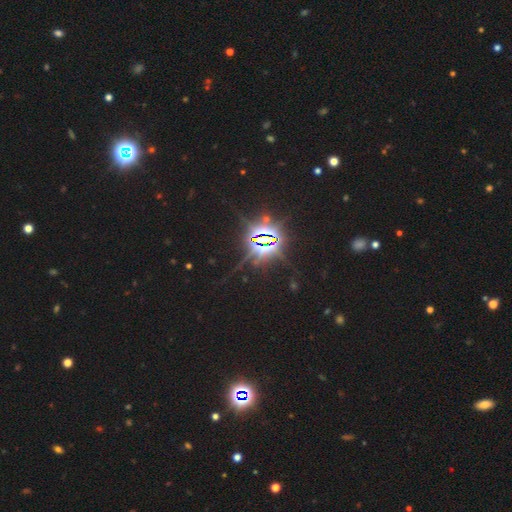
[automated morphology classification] Smooth or featured?
  - star or artifact: 86% *
  - smooth: 7%
  - featured or disk: 7%